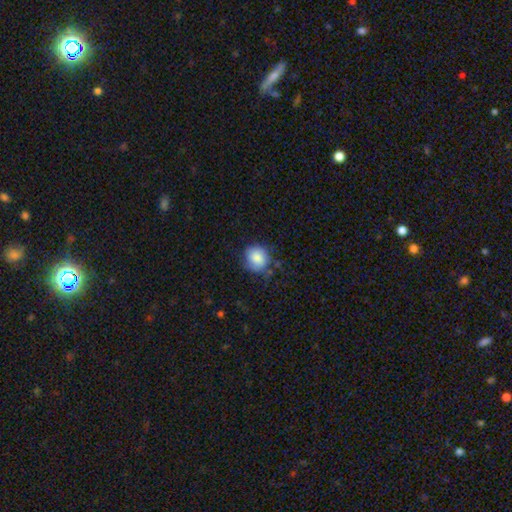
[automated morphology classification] A smooth galaxy with no disk features (84%) that is round (82%). Merging: none (65%).